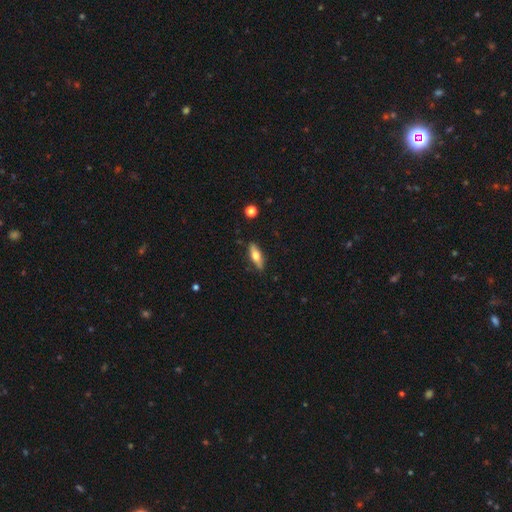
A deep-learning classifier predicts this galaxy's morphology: smooth 53%, featured or disk 41%, star or artifact 6%. Down the decision tree: how rounded — cigar-shaped (49%); merging — none (86%).